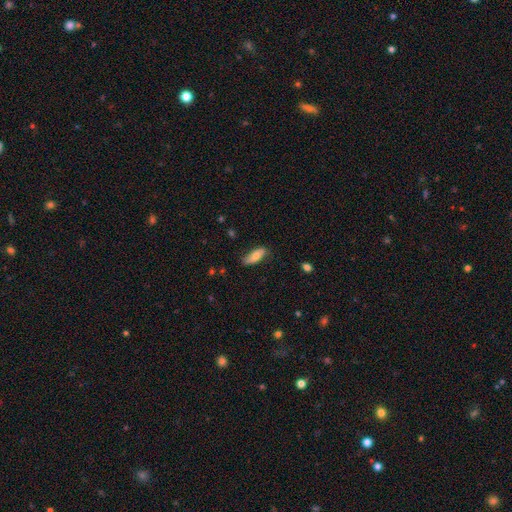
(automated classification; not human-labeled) Morphology: type=smooth (74%); roundness=in between (69%); merging=none (74%).